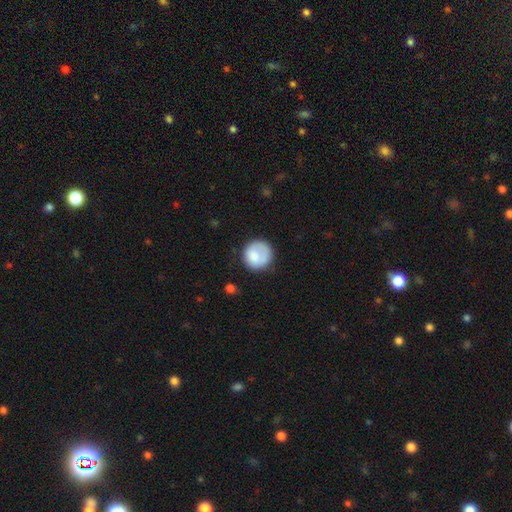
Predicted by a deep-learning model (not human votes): A smooth galaxy with no disk features (80%) that is round (92%).

Vote fractions:
- Smooth or featured? smooth: 80% / featured or disk: 13% / star or artifact: 6%
- How rounded? round: 92% / in between: 7% / cigar-shaped: 1%
- Merging? none: 72% / minor disturbance: 17% / major disturbance: 8% / merger: 2%